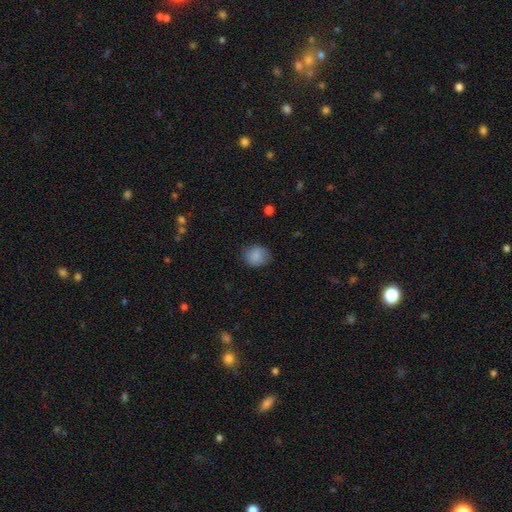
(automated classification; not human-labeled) A smooth galaxy with no disk features (87%) that is round (70%).

Vote fractions:
- Smooth or featured? smooth: 87% / star or artifact: 8% / featured or disk: 5%
- How rounded? round: 70% / in between: 29% / cigar-shaped: 1%
- Merging? none: 80% / minor disturbance: 15% / major disturbance: 4% / merger: 1%